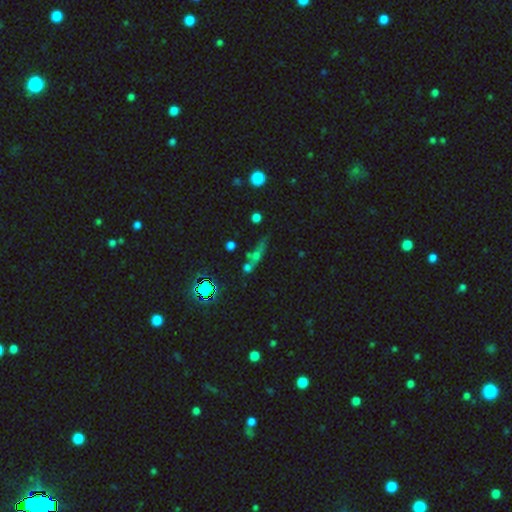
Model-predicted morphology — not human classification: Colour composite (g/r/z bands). It shows a smooth galaxy with no disk features (39%). Merging: none (51%).